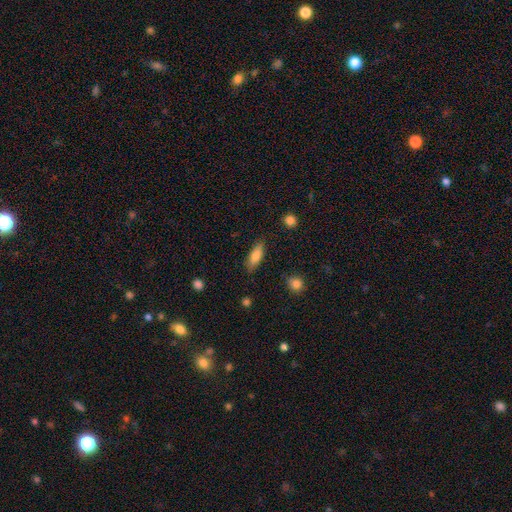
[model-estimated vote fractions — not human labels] Overall: smooth (80%). How rounded: in between (62%; cigar-shaped 35%). Merging: none (84%).